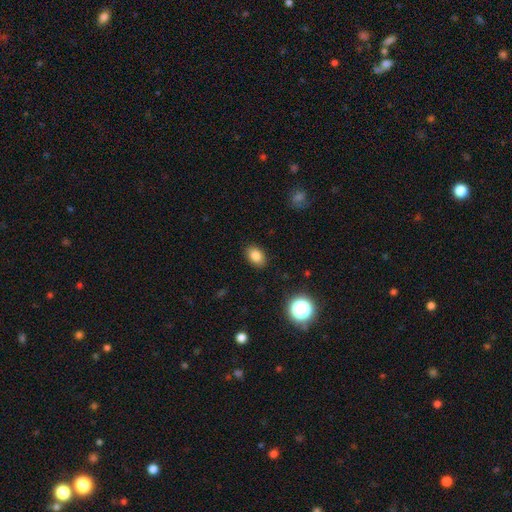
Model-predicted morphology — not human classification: Overall: smooth (83%). How rounded: in between (79%). Merging: none (88%).